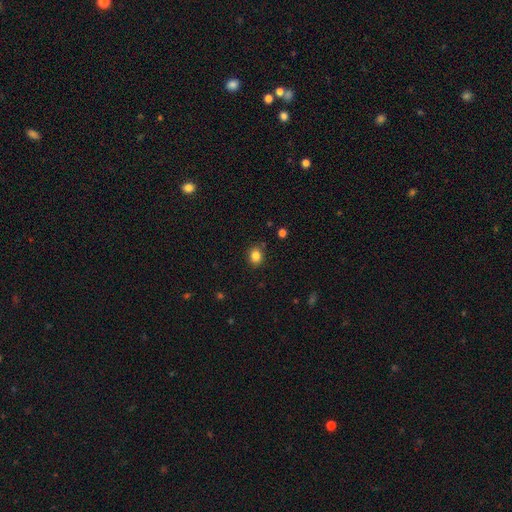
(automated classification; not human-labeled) smooth_or_featured: smooth (p=0.84) [alt: star or artifact p=0.11]
how_rounded: round (p=0.62) [alt: in between p=0.37]
merging: none (p=0.87) [alt: minor disturbance p=0.09]